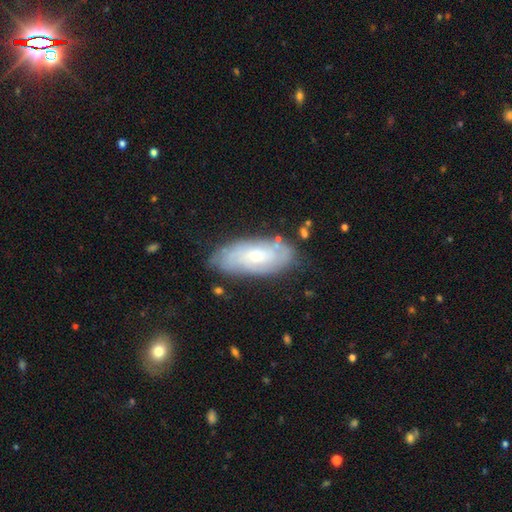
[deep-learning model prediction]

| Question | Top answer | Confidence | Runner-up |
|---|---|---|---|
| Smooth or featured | featured or disk | 58% | smooth (35%) |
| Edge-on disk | no | 88% | yes (12%) |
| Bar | no | 69% | weak (27%) |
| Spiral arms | yes | 80% | no (20%) |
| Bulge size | small | 46% | moderate (45%) |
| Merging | none | 73% | minor disturbance (20%) |